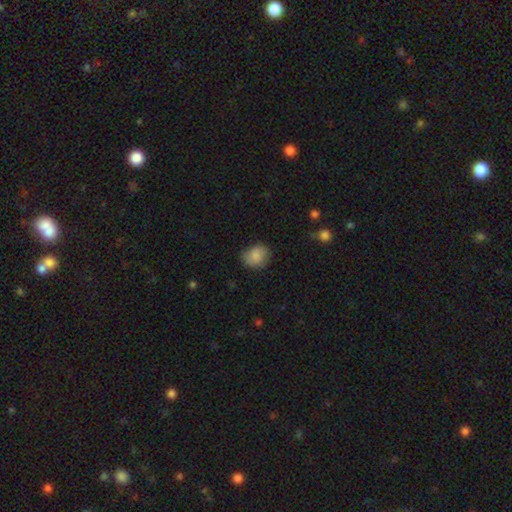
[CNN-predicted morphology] A smooth galaxy with no disk features (86%) that is round (61%). Merging: none (75%).